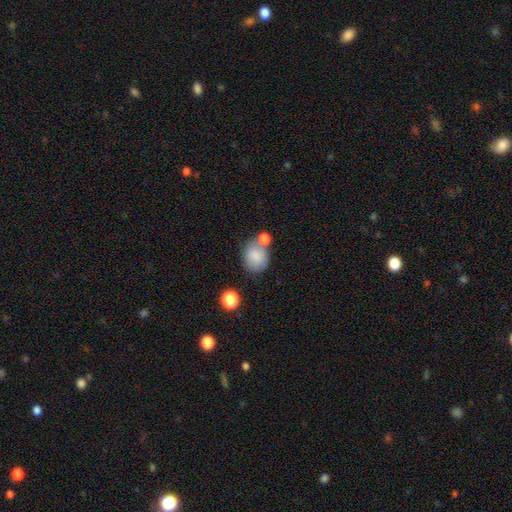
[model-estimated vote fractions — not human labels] A smooth galaxy with no disk features (80%) that is round (63%).

Vote fractions:
- Smooth or featured? smooth: 80% / featured or disk: 11% / star or artifact: 8%
- How rounded? round: 63% / in between: 36% / cigar-shaped: 1%
- Merging? none: 50% / merger: 27% / minor disturbance: 17% / major disturbance: 6%